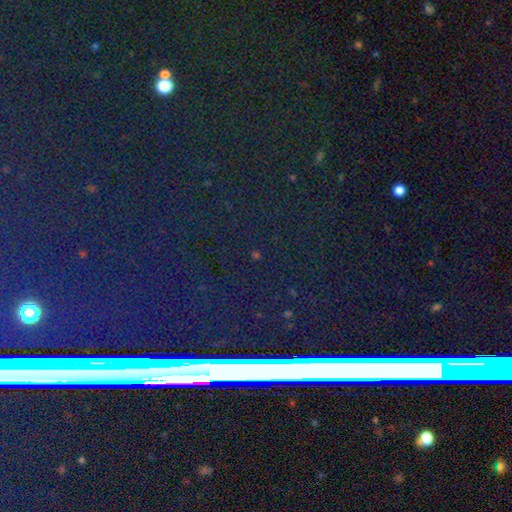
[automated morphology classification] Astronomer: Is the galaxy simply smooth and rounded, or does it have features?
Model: star or artifact — 80%.